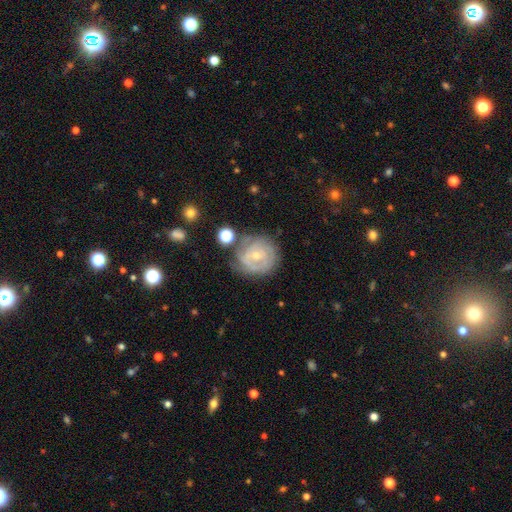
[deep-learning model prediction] A featured or disk galaxy (71%) with no bar (65%), tight (71%) spiral arms (81%) and a small central bulge (63%). Merging: none (62%).